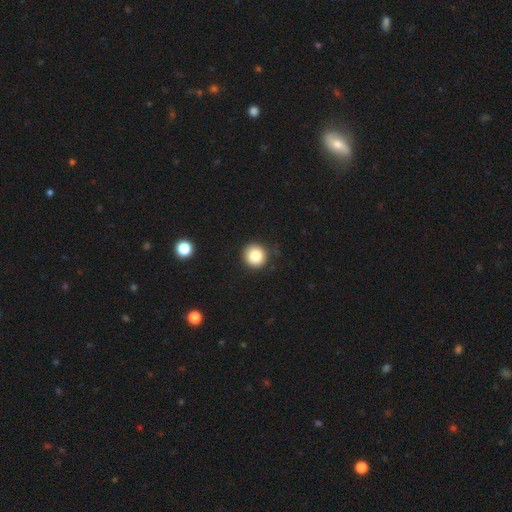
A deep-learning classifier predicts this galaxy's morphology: smooth_or_featured: smooth (p=0.85) [alt: star or artifact p=0.09]
how_rounded: round (p=0.94) [alt: in between p=0.05]
merging: none (p=0.86) [alt: minor disturbance p=0.10]